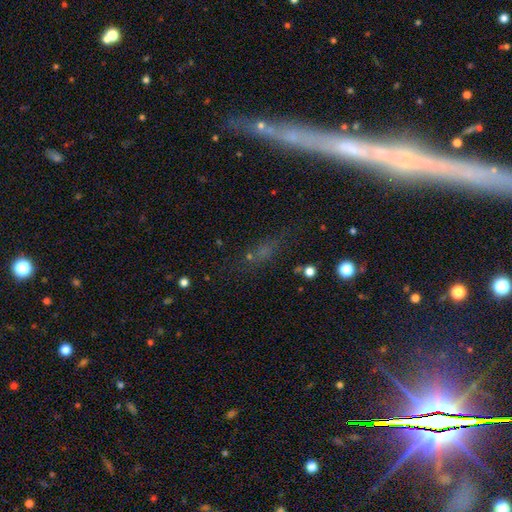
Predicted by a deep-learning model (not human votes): Q: Smooth or featured?
A: star or artifact (35%); tied with: smooth (35%)